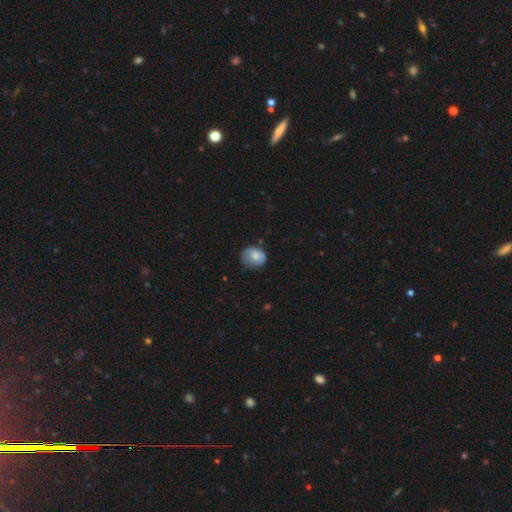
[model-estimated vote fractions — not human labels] This appears to be a smooth galaxy with no disk features (74%) that is round (65%). Merging: none (57%).